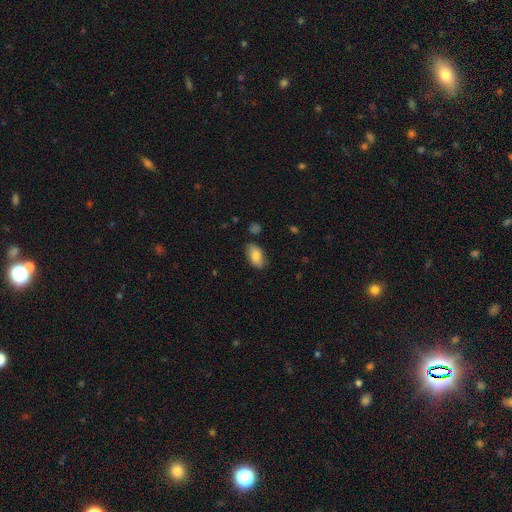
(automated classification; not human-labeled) A smooth galaxy with no disk features (82%) that is in between round and cigar-shaped (94%).

Vote fractions:
- Smooth or featured? smooth: 82% / featured or disk: 11% / star or artifact: 7%
- How rounded? in between: 94% / round: 4% / cigar-shaped: 3%
- Merging? none: 82% / minor disturbance: 14% / major disturbance: 3% / merger: 2%